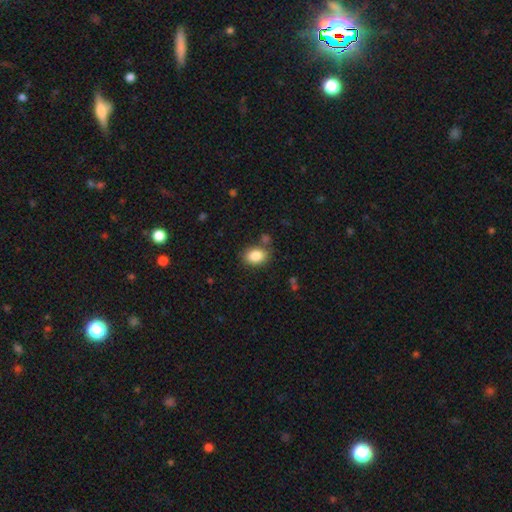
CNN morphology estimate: type=smooth (86%); roundness=in between (73%); merging=none (75%).